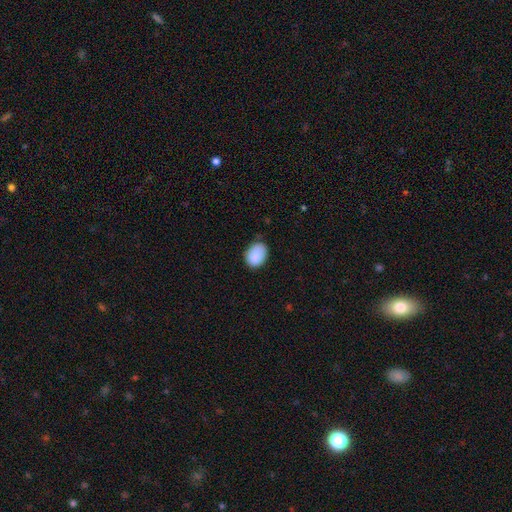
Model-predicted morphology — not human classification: A smooth galaxy with no disk features (87%) that is in between round and cigar-shaped (71%).

Vote fractions:
- Smooth or featured? smooth: 87% / star or artifact: 7% / featured or disk: 6%
- How rounded? in between: 71% / round: 28% / cigar-shaped: 1%
- Merging? none: 68% / minor disturbance: 27% / major disturbance: 4% / merger: 1%